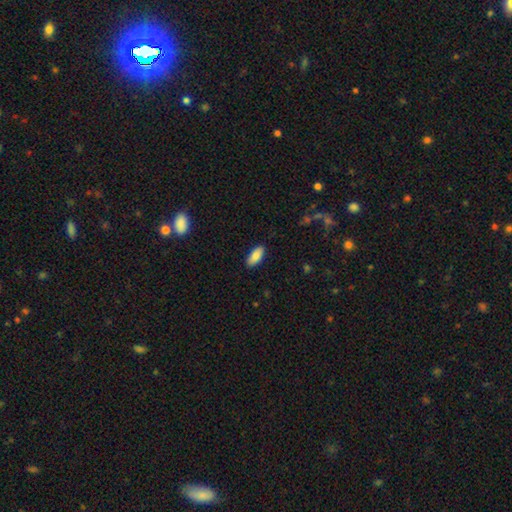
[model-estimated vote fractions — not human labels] Morphology: type=smooth (87%); roundness=in between (87%); merging=none (89%).